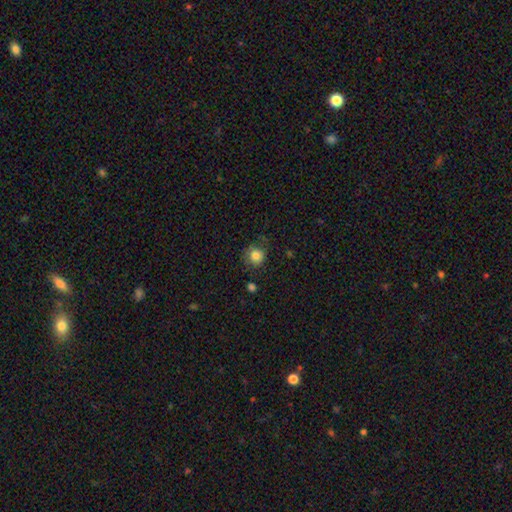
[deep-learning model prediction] Q: Smooth or featured?
A: smooth (81%); runner-up: star or artifact (10%)
Q: How rounded?
A: round (88%); runner-up: in between (11%)
Q: Merging?
A: none (72%); runner-up: minor disturbance (19%)